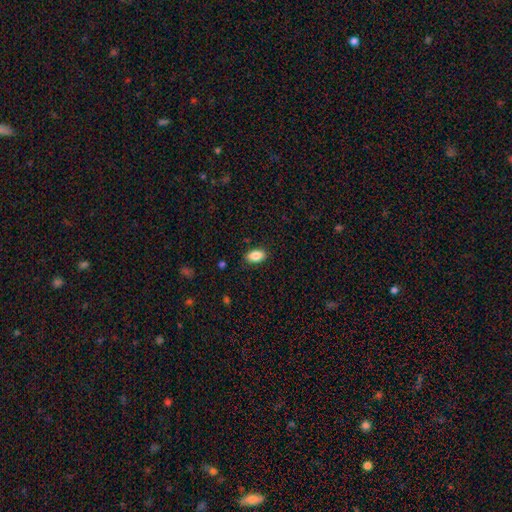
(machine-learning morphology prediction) smooth_or_featured: smooth (p=0.87) [alt: star or artifact p=0.08]
how_rounded: in between (p=0.92) [alt: round p=0.06]
merging: none (p=0.87) [alt: minor disturbance p=0.10]